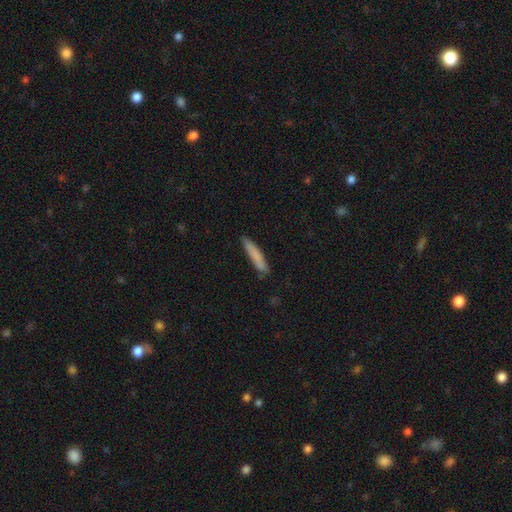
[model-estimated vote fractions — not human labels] The model was most divided on "smooth or featured": smooth: 80%, featured or disk: 13%, star or artifact: 6%. More confident: how rounded — cigar-shaped (90%); merging — none (81%).